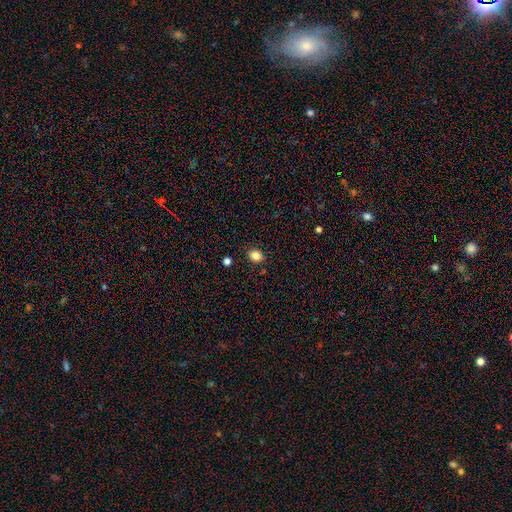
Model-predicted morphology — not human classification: A smooth galaxy with no disk features (84%) that is in between round and cigar-shaped (54%).

Vote fractions:
- Smooth or featured? smooth: 84% / star or artifact: 11% / featured or disk: 5%
- How rounded? in between: 54% / round: 45% / cigar-shaped: 1%
- Merging? none: 87% / minor disturbance: 9% / major disturbance: 2% / merger: 2%